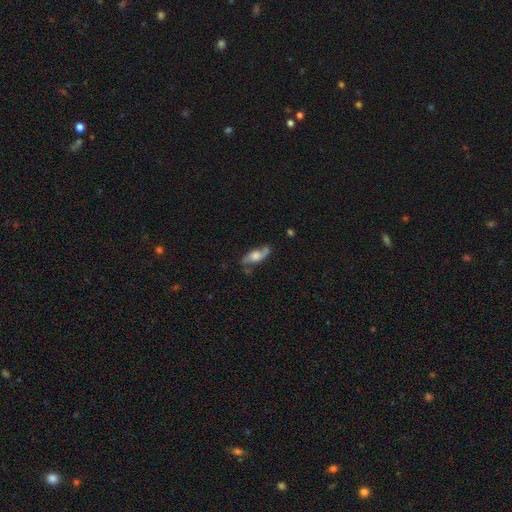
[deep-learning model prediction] smooth-or-featured: featured or disk: 71% | smooth: 22% | star or artifact: 7%
  disk-edge-on: no: 84% | yes: 16%
    bar: no: 64% | weak: 29% | strong: 8%
    has-spiral-arms: yes: 91% | no: 9%
      spiral-winding: loose: 61% | medium: 30% | tight: 9%
      spiral-arm-count: 2: 89% | can't tell: 5% | 1: 3% | 3: 1% | 4: 1% | more than 4: 1%
    bulge-size: moderate: 40% | large: 33% | small: 14% | none: 8% | dominant: 4%
  merging: none: 71% | minor disturbance: 19% | major disturbance: 7% | merger: 3%